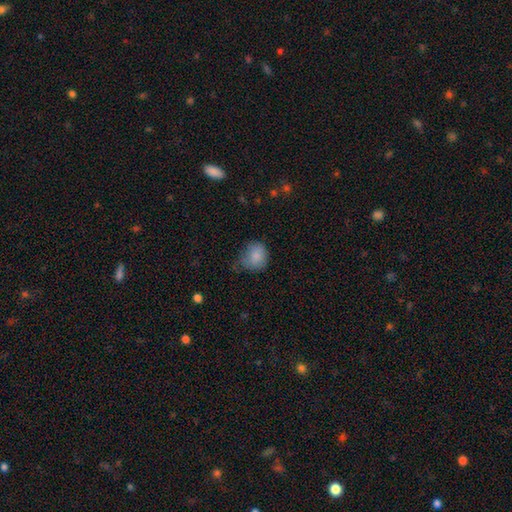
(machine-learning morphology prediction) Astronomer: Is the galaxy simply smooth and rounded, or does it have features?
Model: smooth — 83%.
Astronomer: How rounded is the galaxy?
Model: round — 66%.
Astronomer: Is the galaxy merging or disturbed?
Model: none — 44% (runner-up: minor disturbance, 40%).